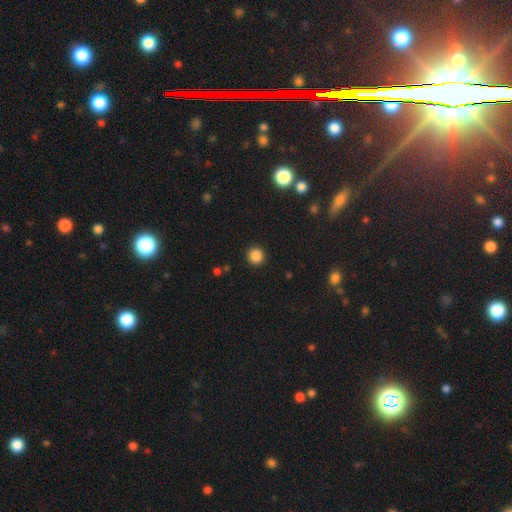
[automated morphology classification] Smooth or featured? smooth (85%)
How rounded? round (95%)
Merging? none (92%)